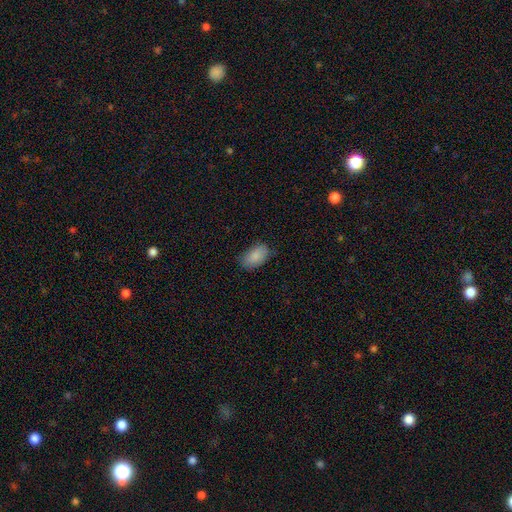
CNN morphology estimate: Smooth or featured: smooth — 87% (star or artifact — 7%)
How rounded: in between — 92% (round — 6%)
Merging: none — 77% (minor disturbance — 18%)